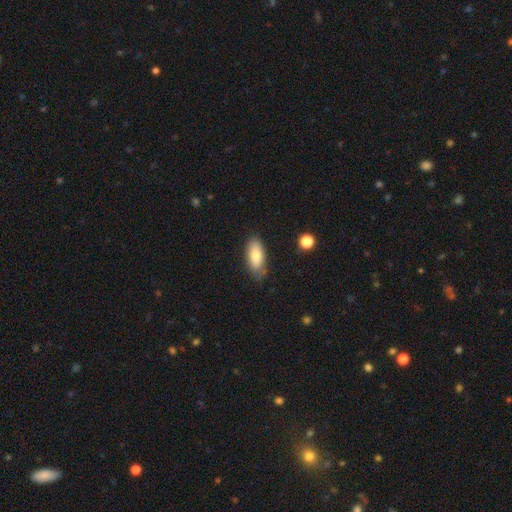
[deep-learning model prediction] Overall: smooth (80%). How rounded: in between (84%). Merging: none (76%).